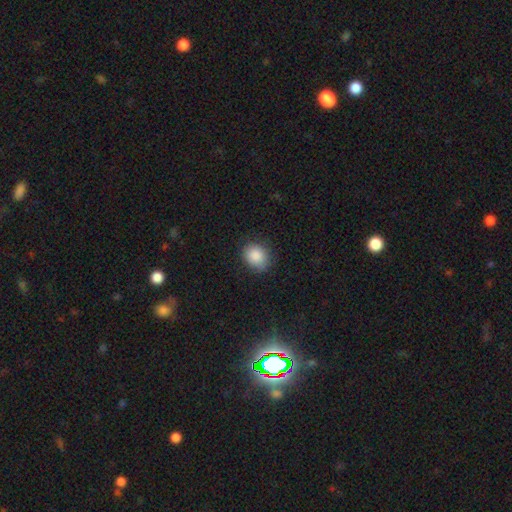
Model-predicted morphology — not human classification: smooth-or-featured: smooth: 88% | star or artifact: 8% | featured or disk: 4%
  how-rounded: round: 59% | in between: 40% | cigar-shaped: 1%
  merging: none: 82% | minor disturbance: 13% | major disturbance: 3% | merger: 1%